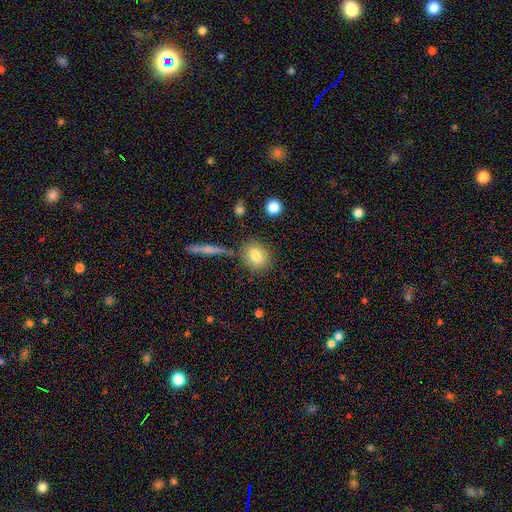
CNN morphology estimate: Smooth or featured: smooth — 81% (featured or disk — 11%)
How rounded: round — 61% (in between — 36%)
Merging: none — 79% (minor disturbance — 11%)